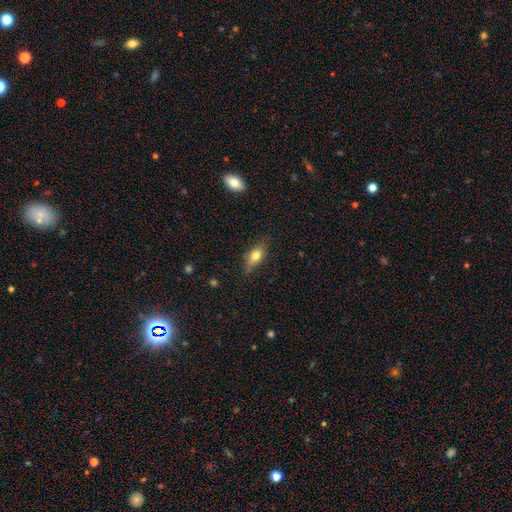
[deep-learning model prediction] A smooth galaxy with no disk features (72%) that is in between round and cigar-shaped (76%). Merging: none (69%).